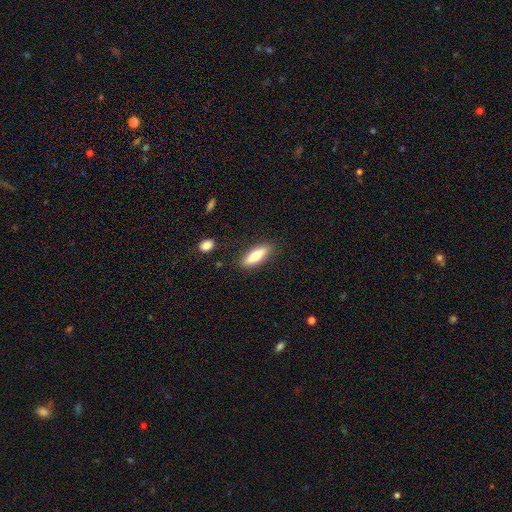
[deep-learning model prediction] Q: Smooth or featured?
A: smooth (71%); runner-up: featured or disk (23%)
Q: How rounded?
A: in between (49%); tied with: cigar-shaped (49%)
Q: Merging?
A: none (85%); runner-up: minor disturbance (10%)